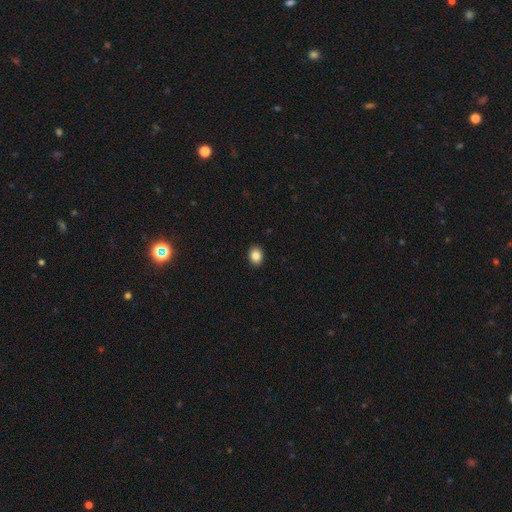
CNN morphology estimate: type=smooth (86%); roundness=in between (55%); merging=none (91%).